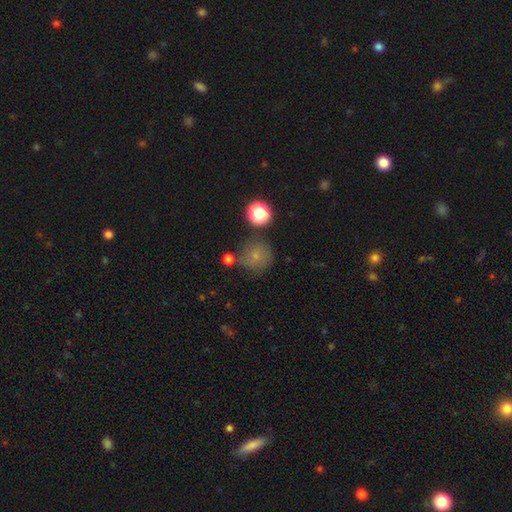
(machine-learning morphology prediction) Smooth or featured? smooth (67%)
How rounded? round (90%)
Merging? none (67%)